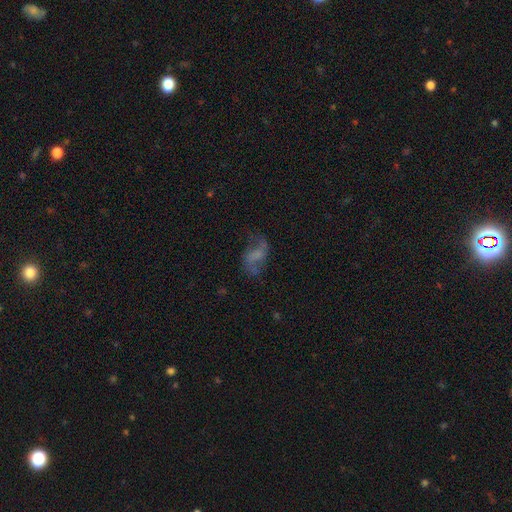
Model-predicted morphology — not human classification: Smooth or featured? Predicted: featured or disk (p=0.59). Edge-on disk? Predicted: no (p=0.96). Bar? Predicted: no (p=0.50). Spiral arms? Predicted: yes (p=0.76). Bulge size? Predicted: none (p=0.55). Merging? Predicted: none (p=0.54).